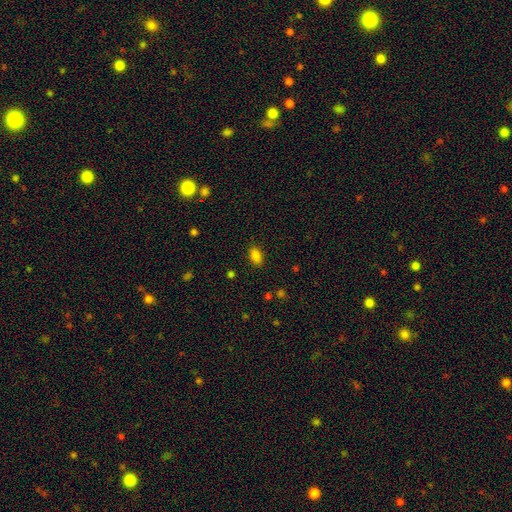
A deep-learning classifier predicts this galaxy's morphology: smooth_or_featured: smooth (p=0.84) [alt: star or artifact p=0.11]
how_rounded: in between (p=0.90) [alt: round p=0.08]
merging: none (p=0.86) [alt: minor disturbance p=0.10]